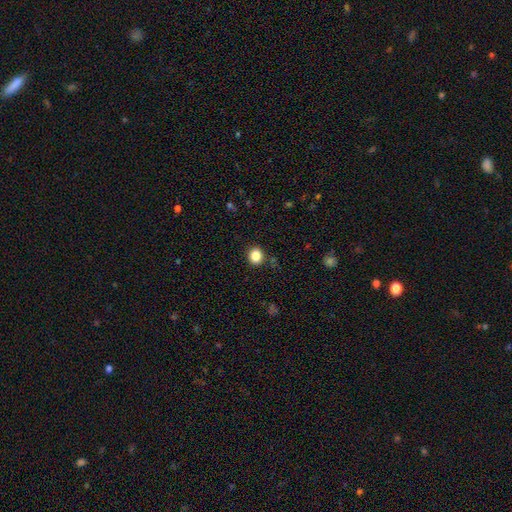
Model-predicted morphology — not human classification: smooth-or-featured: smooth: 85% | star or artifact: 11% | featured or disk: 4%
  how-rounded: round: 70% | in between: 29% | cigar-shaped: 1%
  merging: none: 88% | minor disturbance: 8% | major disturbance: 2% | merger: 2%